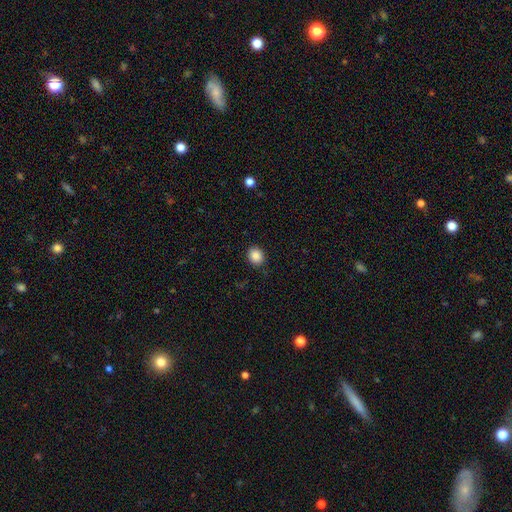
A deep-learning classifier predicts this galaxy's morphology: Overall: smooth (88%). How rounded: round (68%; in between 31%). Merging: none (88%).